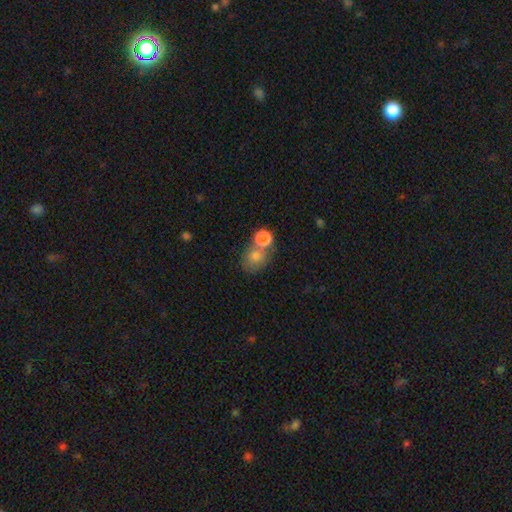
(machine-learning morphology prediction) type=smooth (75%); roundness=round (61%); merging=none (43%).